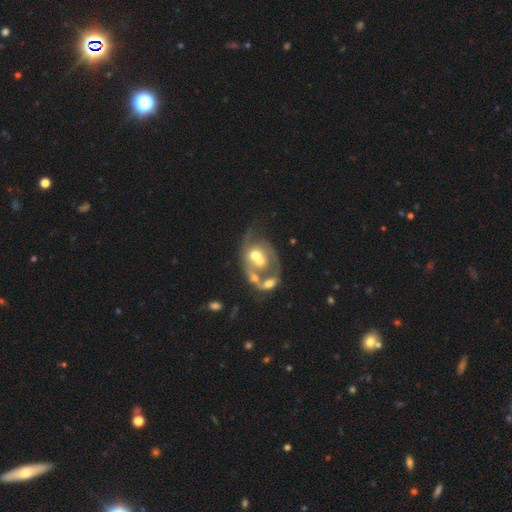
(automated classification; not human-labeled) Smooth or featured: featured or disk — 61% (smooth — 29%)
Edge-on disk: no — 97% (yes — 3%)
Bar: no — 83% (weak — 13%)
Spiral arms: no — 66% (yes — 34%)
Bulge size: moderate — 55% (large — 15%)
Merging: merger — 66% (major disturbance — 16%)